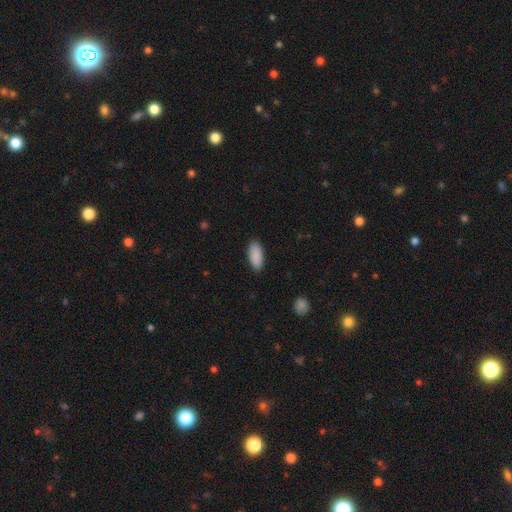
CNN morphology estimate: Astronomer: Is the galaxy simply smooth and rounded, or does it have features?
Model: smooth — 91%.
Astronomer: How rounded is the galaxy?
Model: in between — 89%.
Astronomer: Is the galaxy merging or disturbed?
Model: none — 88%.